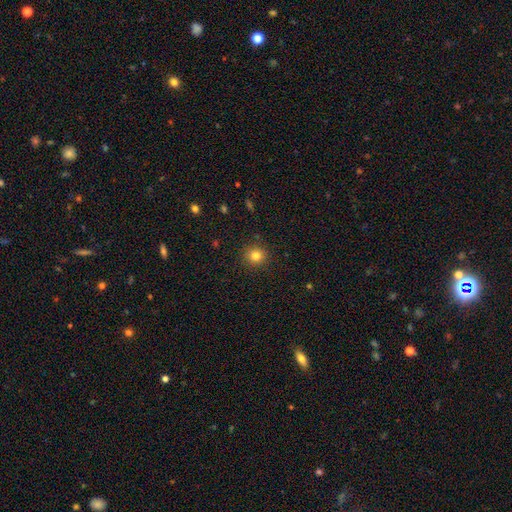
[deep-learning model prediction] Smooth or featured?
  - smooth: 82% *
  - star or artifact: 13%
  - featured or disk: 6%
How rounded?
  - round: 91% *
  - in between: 8%
  - cigar-shaped: 1%
Merging?
  - none: 90% *
  - minor disturbance: 7%
  - major disturbance: 2%
  - merger: 1%